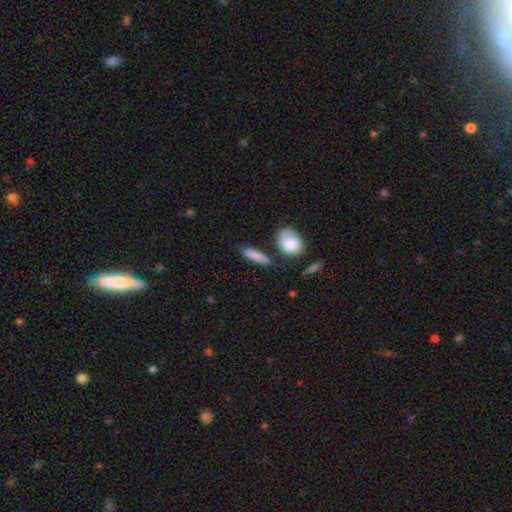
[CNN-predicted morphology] A smooth galaxy with no disk features (81%) that is cigar-shaped (65%). Merging: none (73%).